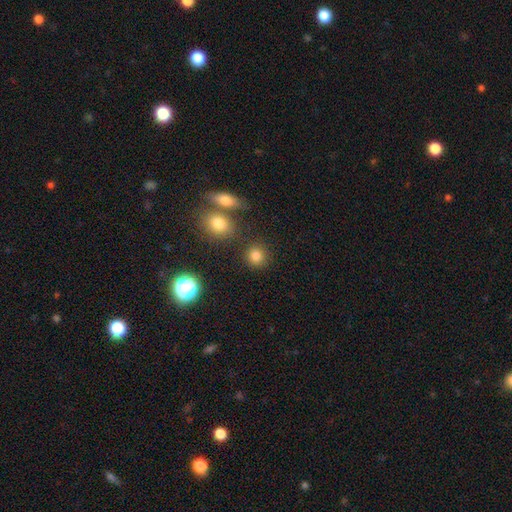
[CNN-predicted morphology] A smooth galaxy with no disk features (81%) that is round (88%).

Vote fractions:
- Smooth or featured? smooth: 81% / star or artifact: 14% / featured or disk: 6%
- How rounded? round: 88% / in between: 11% / cigar-shaped: 1%
- Merging? none: 83% / minor disturbance: 8% / merger: 6% / major disturbance: 3%